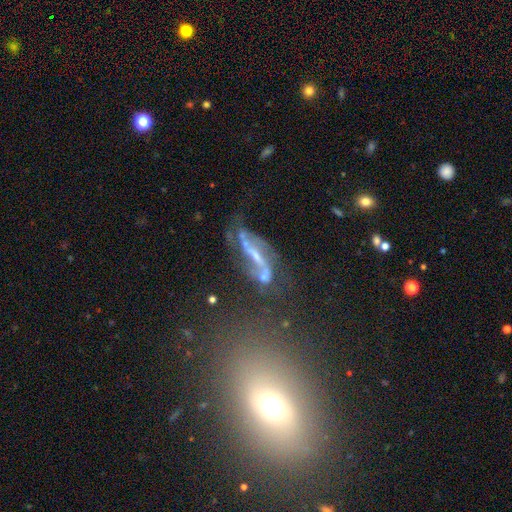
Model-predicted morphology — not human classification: A featured or disk galaxy (75%) with a strong bar (43%), spiral arms (79%) and a small central bulge (54%). Merging: none (44%).